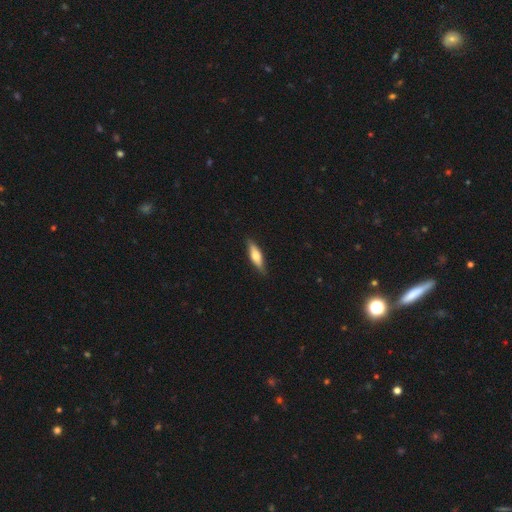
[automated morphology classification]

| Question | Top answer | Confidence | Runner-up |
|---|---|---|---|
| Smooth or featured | smooth | 61% | featured or disk (33%) |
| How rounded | cigar-shaped | 59% | in between (39%) |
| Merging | none | 84% | minor disturbance (12%) |